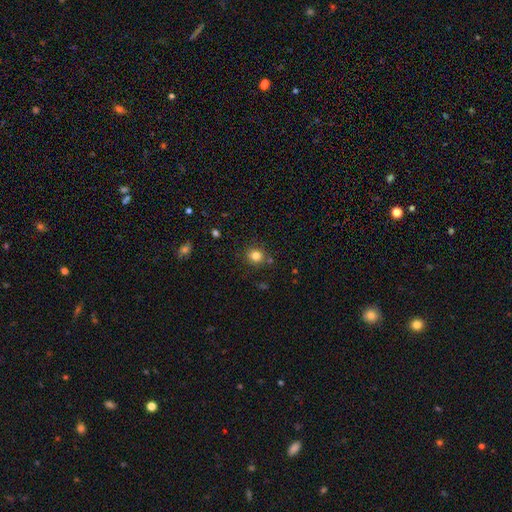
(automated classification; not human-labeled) smooth_or_featured: smooth (p=0.82) [alt: star or artifact p=0.12]
how_rounded: round (p=0.85) [alt: in between p=0.14]
merging: none (p=0.83) [alt: minor disturbance p=0.09]